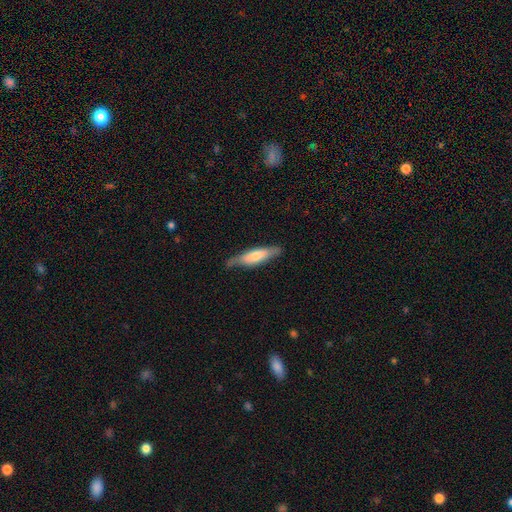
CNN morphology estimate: smooth_or_featured: smooth (p=0.54) [alt: featured or disk p=0.41]
how_rounded: cigar-shaped (p=0.73) [alt: in between p=0.25]
merging: none (p=0.73) [alt: minor disturbance p=0.22]